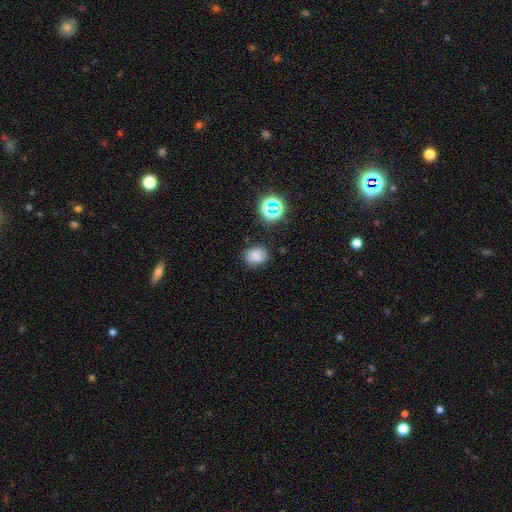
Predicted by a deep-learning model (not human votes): Morphology: type=smooth (74%); roundness=round (50%); merging=none (74%).